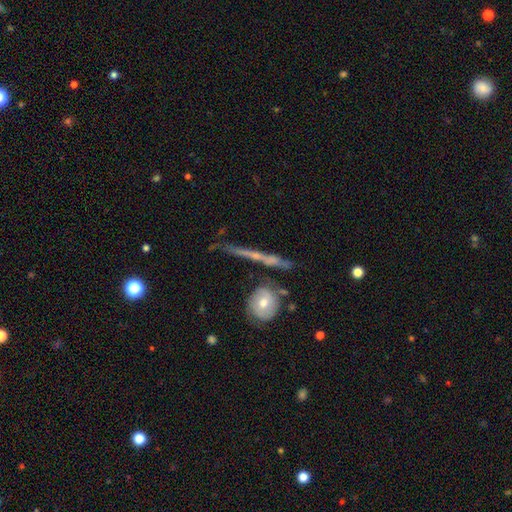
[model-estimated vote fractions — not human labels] Morphology: type=featured or disk (63%); edge-on=yes (83%); edge-on bulge=none (62%); merging=none (69%).